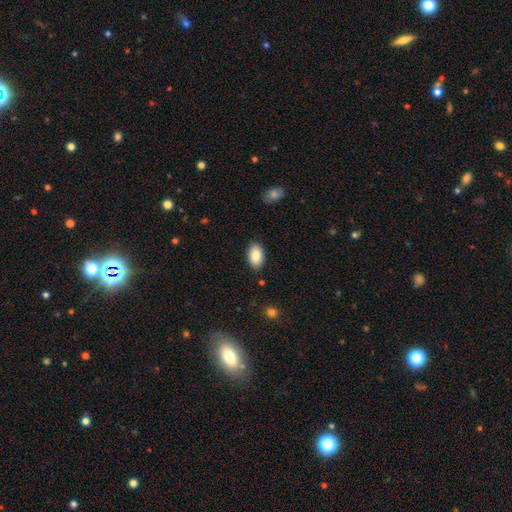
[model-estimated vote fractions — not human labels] A smooth galaxy with no disk features (86%) that is in between round and cigar-shaped (93%). Merging: none (87%).